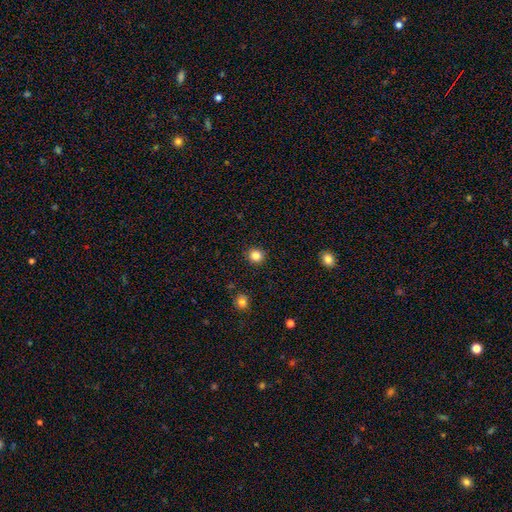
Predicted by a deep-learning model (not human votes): Smooth or featured? Predicted: smooth (p=0.84). How rounded? Predicted: round (p=0.90). Merging? Predicted: none (p=0.92).